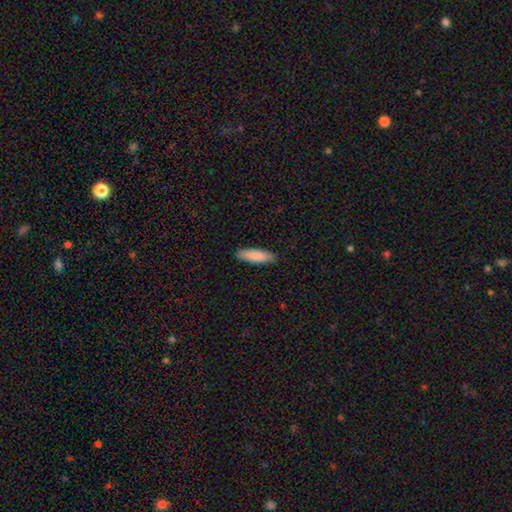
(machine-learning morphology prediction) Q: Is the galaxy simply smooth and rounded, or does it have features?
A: smooth — 86%.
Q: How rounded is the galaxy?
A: cigar-shaped — 64%.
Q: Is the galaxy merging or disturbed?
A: none — 90%.